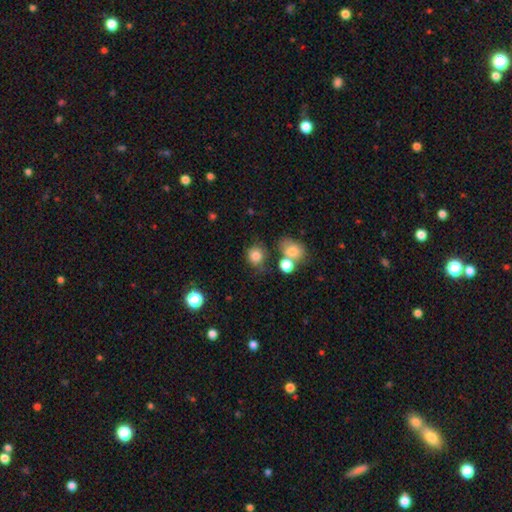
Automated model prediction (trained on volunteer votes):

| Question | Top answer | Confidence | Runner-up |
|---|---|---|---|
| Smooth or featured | smooth | 81% | star or artifact (11%) |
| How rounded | round | 77% | in between (22%) |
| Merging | none | 60% | minor disturbance (18%) |